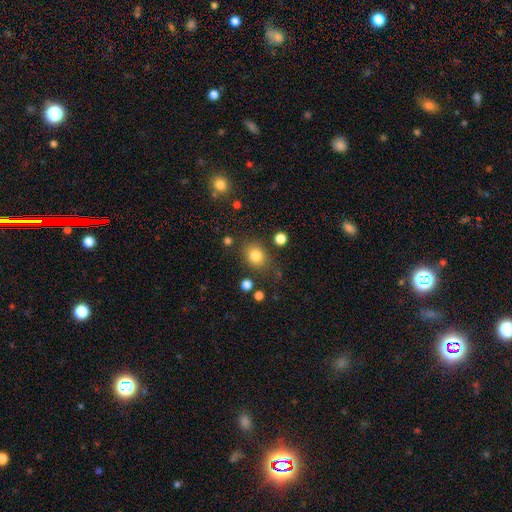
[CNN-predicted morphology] Smooth or featured: smooth — 81% (star or artifact — 12%)
How rounded: round — 62% (in between — 37%)
Merging: none — 75% (minor disturbance — 14%)